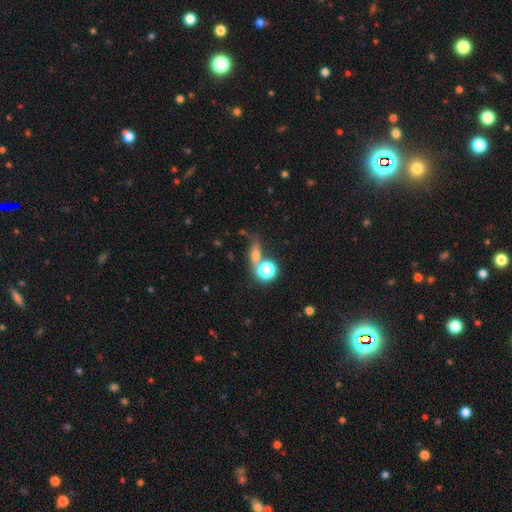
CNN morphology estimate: A smooth galaxy with no disk features (50%) that is round (36%). Merging: none (57%).